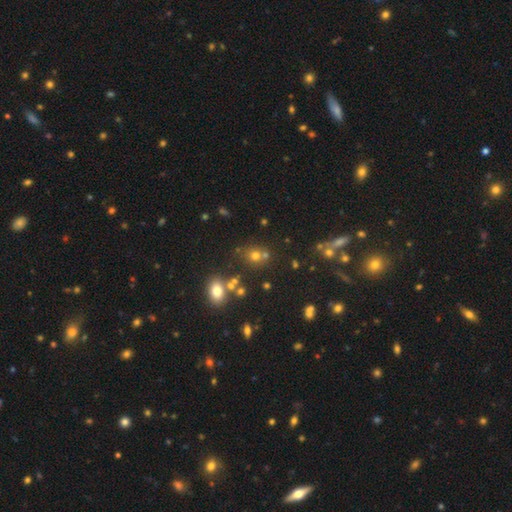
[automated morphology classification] type=smooth (55%); roundness=round (75%); merging=none (63%).